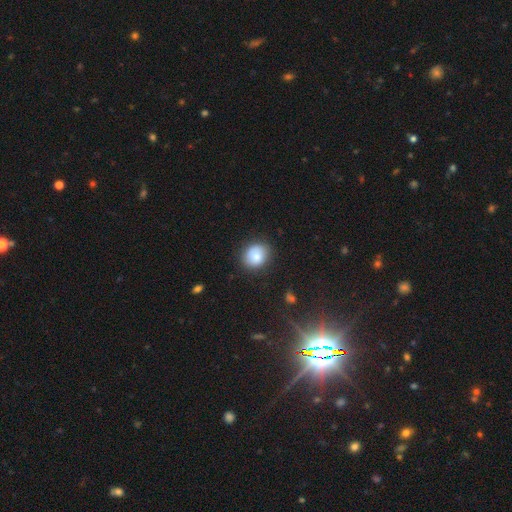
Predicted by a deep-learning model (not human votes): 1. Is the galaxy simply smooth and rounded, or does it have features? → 84% smooth, 9% star or artifact, 8% featured or disk.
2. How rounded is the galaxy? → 72% round, 27% in between, 1% cigar-shaped.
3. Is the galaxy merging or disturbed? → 82% none, 13% minor disturbance, 3% major disturbance, 2% merger.